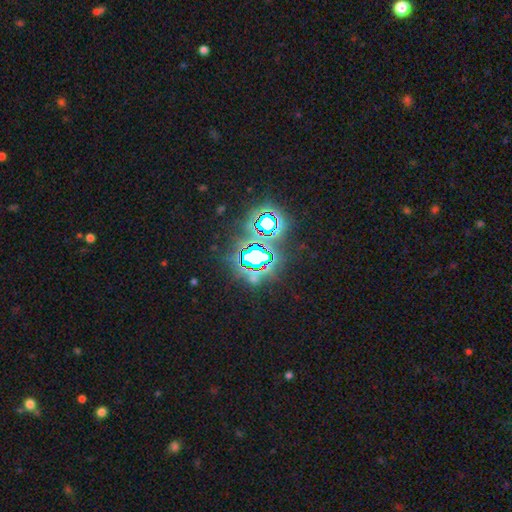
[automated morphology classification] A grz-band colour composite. It shows a star or artifact, not a galaxy (77%).